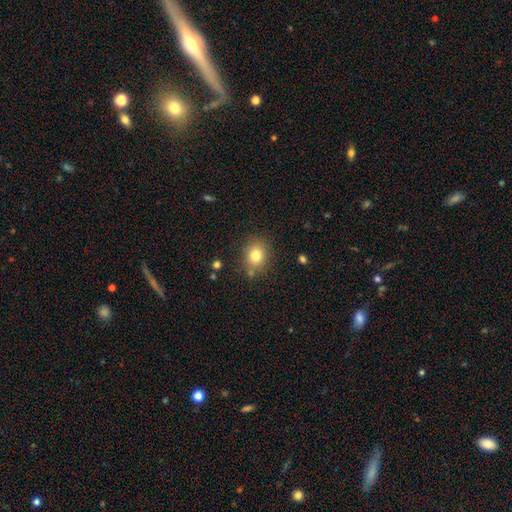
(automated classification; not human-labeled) This is likely a smooth galaxy (79%). How rounded: likely round (62%). Merging: clearly none (81%).